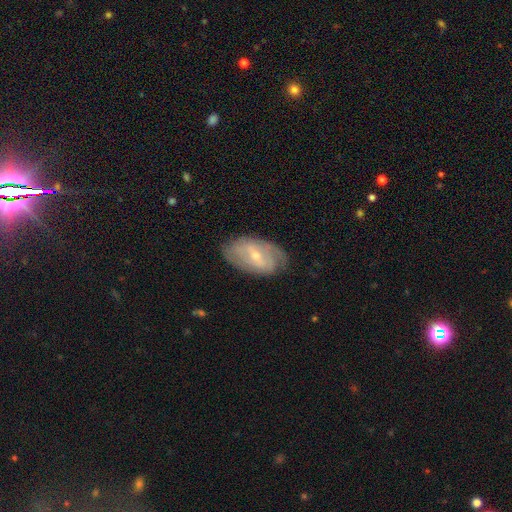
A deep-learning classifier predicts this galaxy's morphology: type=featured or disk (71%); edge-on=no (93%); bar=weak (47%); spiral arms=yes (78%); winding=tight (44%); arm count=2 (53%); bulge=small (59%); merging=none (74%).